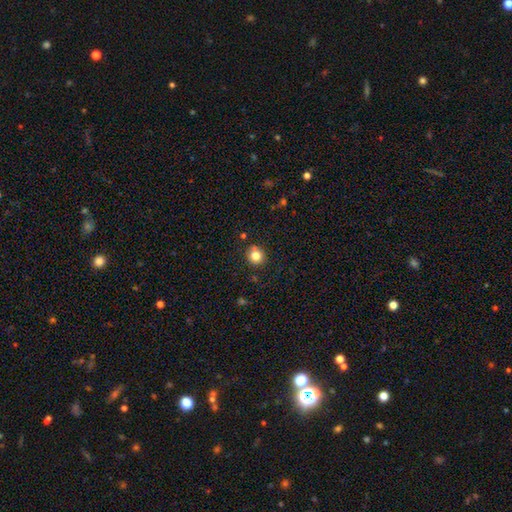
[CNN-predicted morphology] Overall: smooth (81%). How rounded: round (92%). Merging: none (84%).